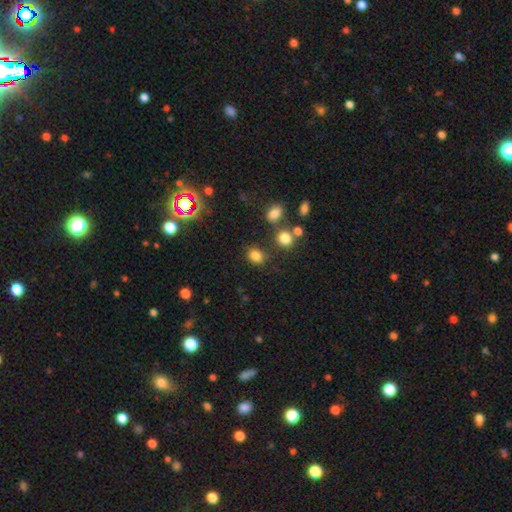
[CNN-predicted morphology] type=smooth (79%); roundness=round (52%); merging=none (75%).